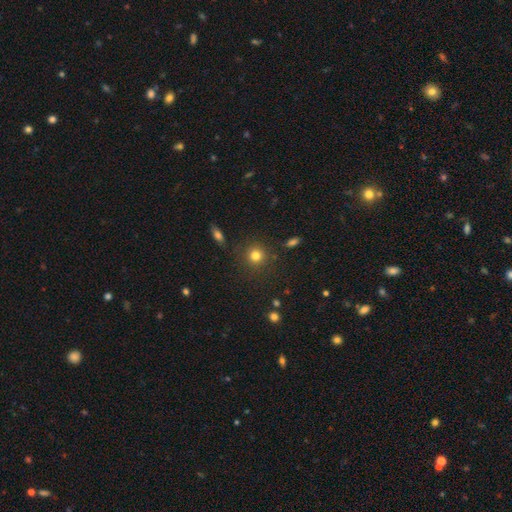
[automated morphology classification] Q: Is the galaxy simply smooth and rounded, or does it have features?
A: smooth — 80%.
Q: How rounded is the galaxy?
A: round — 91%.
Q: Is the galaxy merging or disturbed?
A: none — 86%.